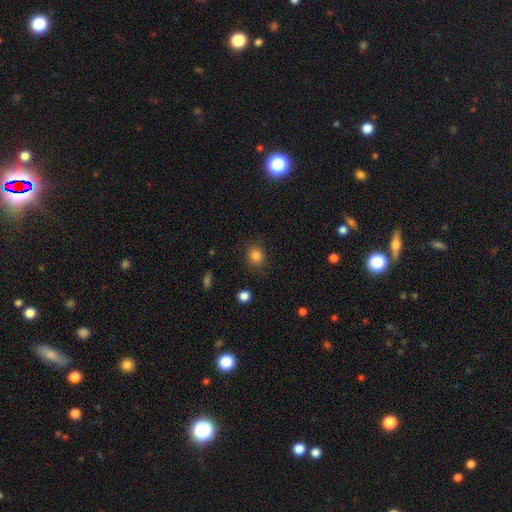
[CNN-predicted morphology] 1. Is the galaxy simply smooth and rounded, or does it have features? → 84% smooth, 11% star or artifact, 5% featured or disk.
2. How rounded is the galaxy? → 79% round, 20% in between, 1% cigar-shaped.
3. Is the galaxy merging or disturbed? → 84% none, 11% minor disturbance, 3% major disturbance, 1% merger.